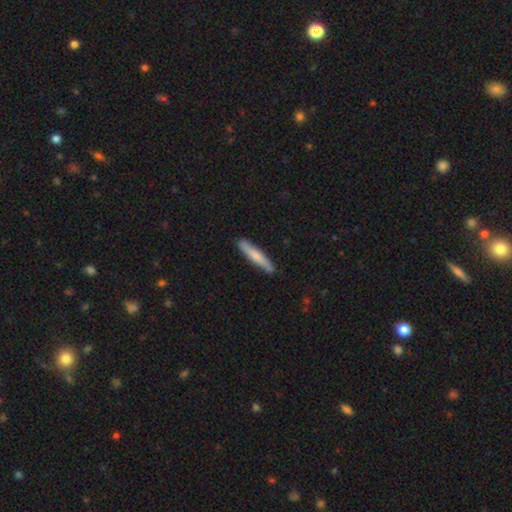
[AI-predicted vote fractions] smooth_or_featured: smooth (p=0.67) [alt: featured or disk p=0.28]
how_rounded: cigar-shaped (p=0.92) [alt: in between p=0.07]
merging: none (p=0.85) [alt: minor disturbance p=0.11]